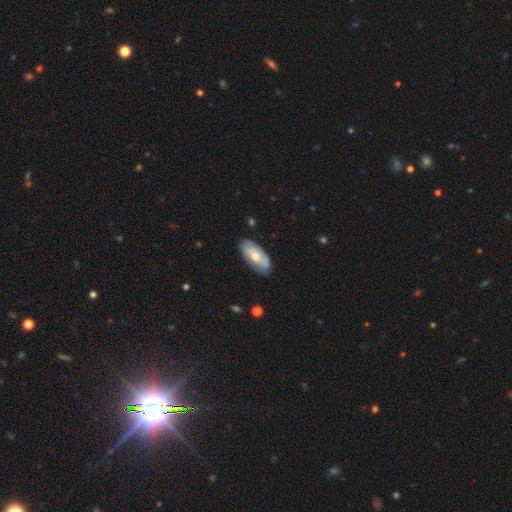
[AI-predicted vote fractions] A smooth galaxy with no disk features (50%) that is in between round and cigar-shaped (87%). Merging: none (74%).